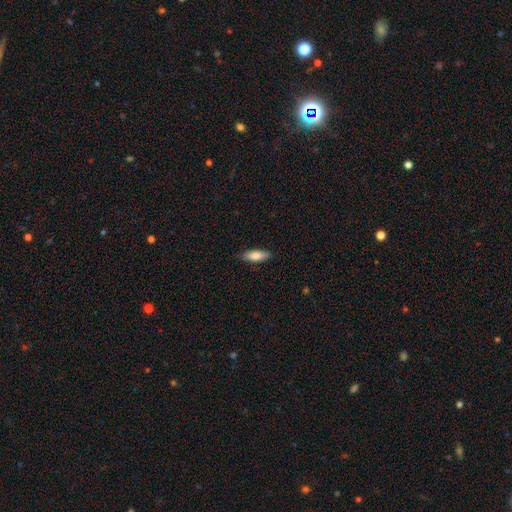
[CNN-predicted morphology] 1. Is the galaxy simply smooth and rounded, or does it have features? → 79% smooth, 15% featured or disk, 6% star or artifact.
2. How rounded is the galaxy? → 61% in between, 37% cigar-shaped, 2% round.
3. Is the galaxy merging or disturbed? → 86% none, 11% minor disturbance, 2% major disturbance, 1% merger.